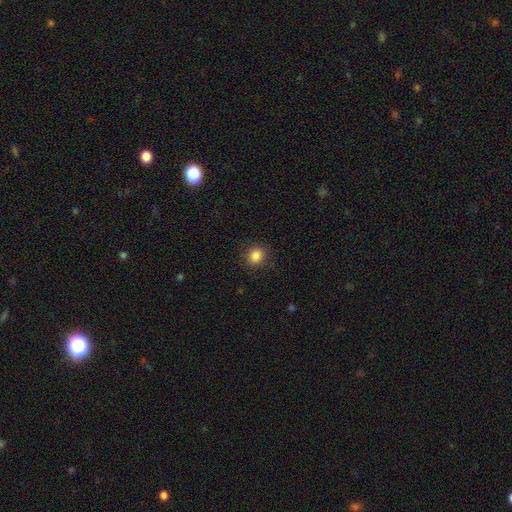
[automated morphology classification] The model was most divided on "how rounded": round: 77%, in between: 23%, cigar-shaped: 1%. More confident: merging — none (86%); smooth or featured — smooth (86%).